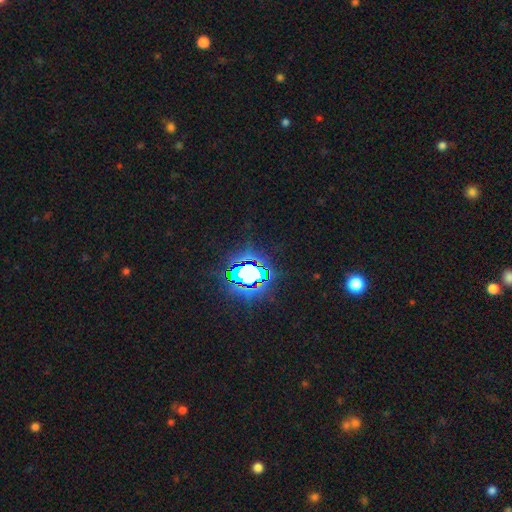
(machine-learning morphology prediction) Q: Smooth or featured?
A: star or artifact (83%); runner-up: smooth (10%)